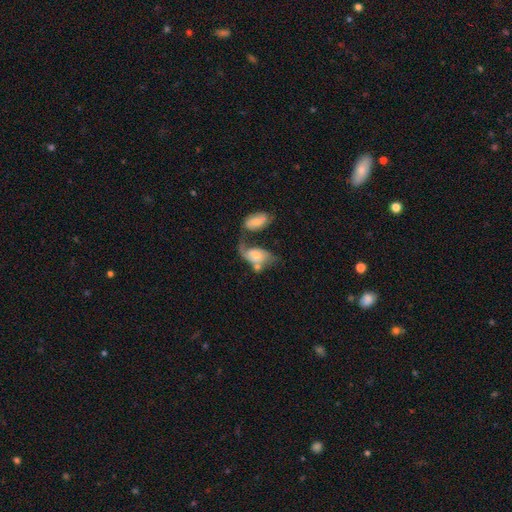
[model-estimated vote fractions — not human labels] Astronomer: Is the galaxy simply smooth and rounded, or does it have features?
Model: featured or disk — 50% (runner-up: smooth, 43%).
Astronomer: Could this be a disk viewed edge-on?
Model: no — 95%.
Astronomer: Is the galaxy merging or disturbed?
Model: merger — 45% (runner-up: major disturbance, 22%).